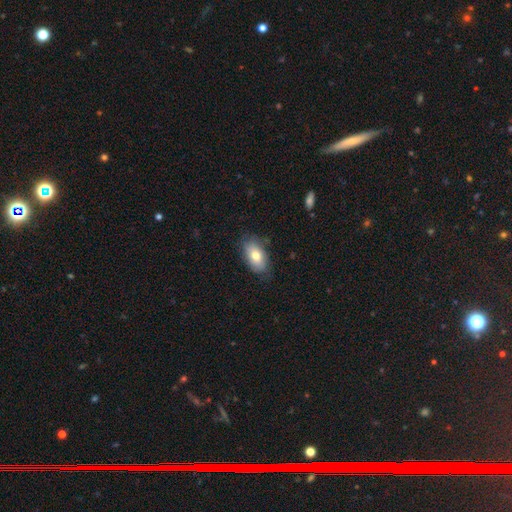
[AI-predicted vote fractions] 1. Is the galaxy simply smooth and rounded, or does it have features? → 75% smooth, 18% featured or disk, 7% star or artifact.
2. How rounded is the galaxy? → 91% in between, 6% round, 3% cigar-shaped.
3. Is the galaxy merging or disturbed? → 77% none, 18% minor disturbance, 4% major disturbance, 1% merger.